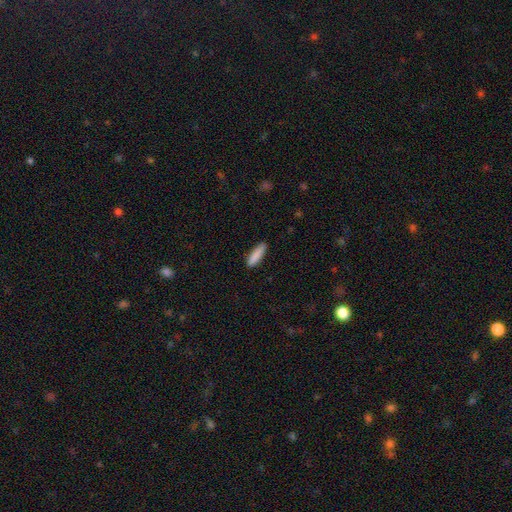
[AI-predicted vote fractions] Smooth or featured: smooth — 88% (star or artifact — 6%)
How rounded: cigar-shaped — 67% (in between — 32%)
Merging: none — 86% (minor disturbance — 11%)